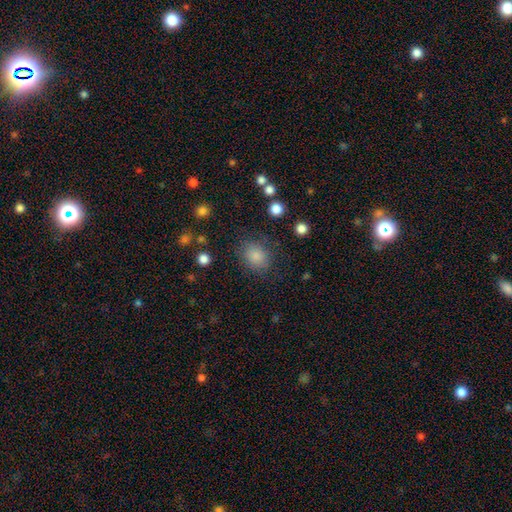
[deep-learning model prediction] smooth_or_featured: smooth (p=0.81) [alt: star or artifact p=0.13]
how_rounded: round (p=0.55) [alt: in between p=0.44]
merging: none (p=0.82) [alt: minor disturbance p=0.11]